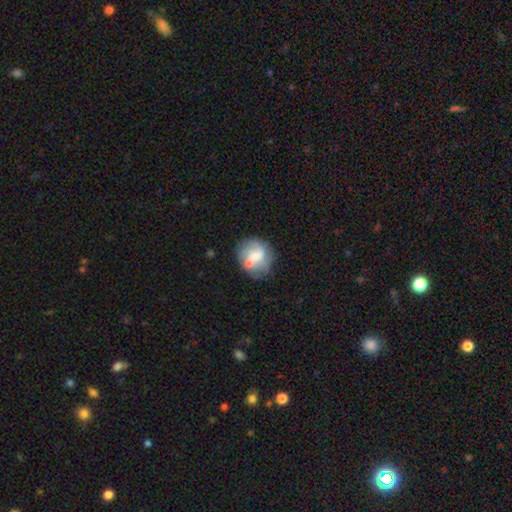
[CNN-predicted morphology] A featured or disk galaxy (55%) with no bar (59%), spiral arms (60%) and a moderate central bulge (36%). Merging: none (52%).